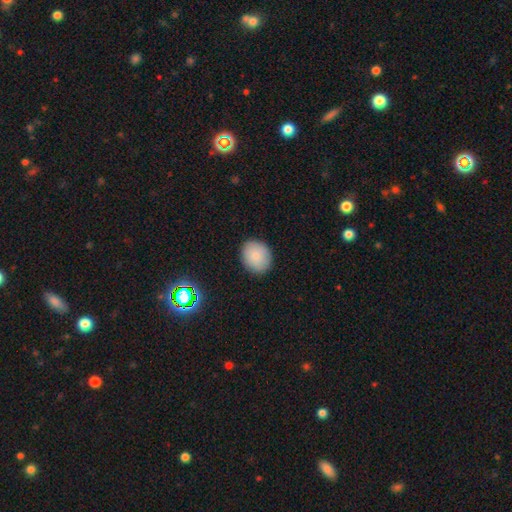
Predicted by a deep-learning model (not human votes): A smooth galaxy with no disk features (85%) that is round (62%). Merging: none (89%).